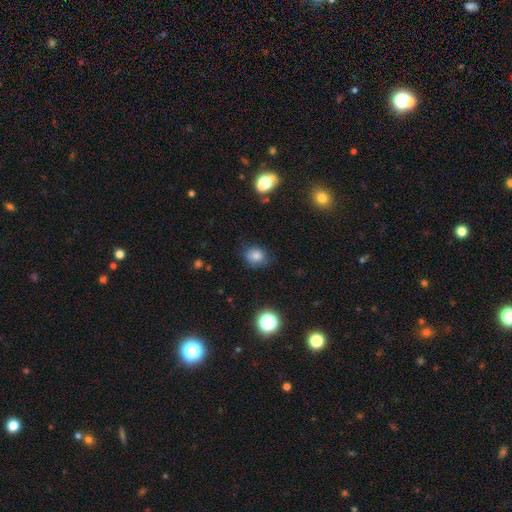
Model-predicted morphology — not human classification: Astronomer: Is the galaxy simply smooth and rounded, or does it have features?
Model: smooth — 81%.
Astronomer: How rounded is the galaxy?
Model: round — 62% (runner-up: in between, 37%).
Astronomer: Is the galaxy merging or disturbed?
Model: none — 78%.